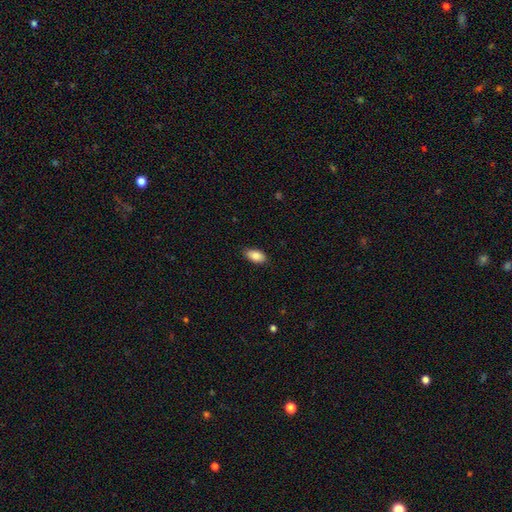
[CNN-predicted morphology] Overall: smooth (87%). How rounded: in between (93%). Merging: none (85%).